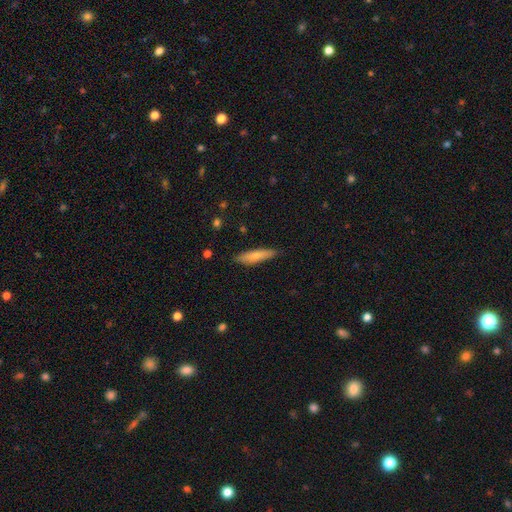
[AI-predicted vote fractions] A smooth galaxy with no disk features (71%) that is cigar-shaped (76%).

Vote fractions:
- Smooth or featured? smooth: 71% / featured or disk: 23% / star or artifact: 6%
- How rounded? cigar-shaped: 76% / in between: 22% / round: 2%
- Merging? none: 84% / minor disturbance: 12% / major disturbance: 2% / merger: 1%